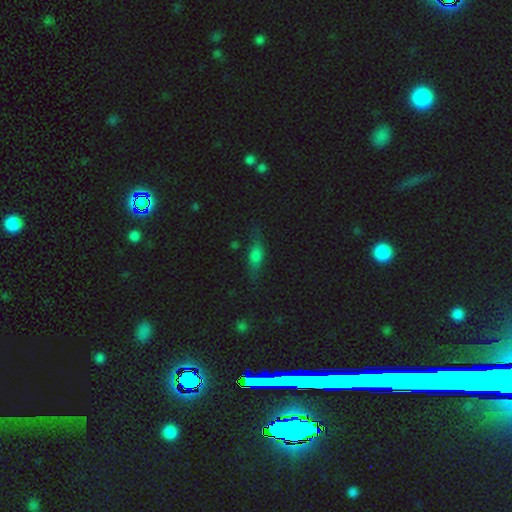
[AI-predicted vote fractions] A smooth galaxy with no disk features (61%) that is in between round and cigar-shaped (57%). Merging: none (74%).